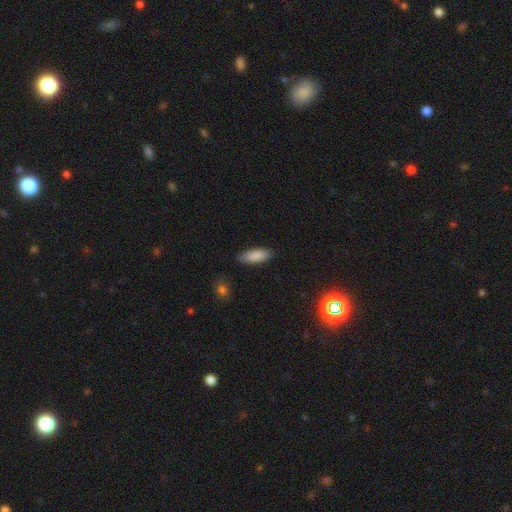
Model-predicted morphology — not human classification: A smooth galaxy with no disk features (88%) that is in between round and cigar-shaped (73%). Merging: none (85%).